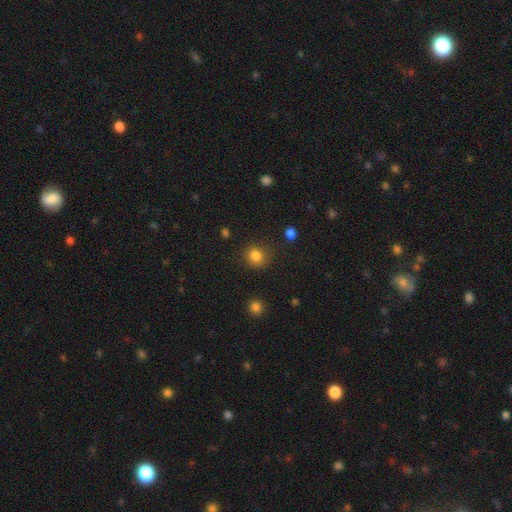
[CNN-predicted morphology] This appears to be a smooth galaxy with no disk features (83%) that is round (83%). Merging: none (84%).